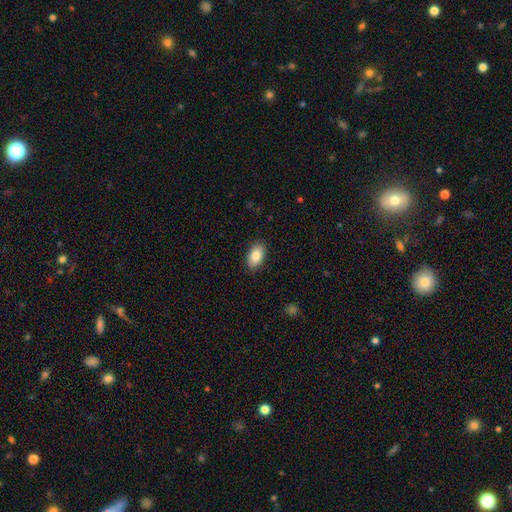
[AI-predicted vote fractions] Smooth or featured? Predicted: smooth (p=0.85). How rounded? Predicted: in between (p=0.93). Merging? Predicted: none (p=0.88).